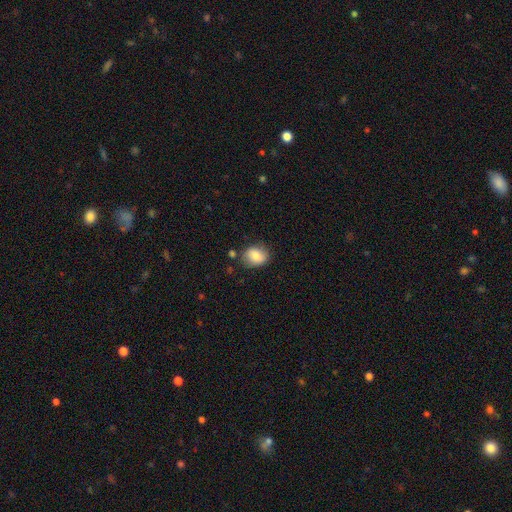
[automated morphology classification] Q: Smooth or featured?
A: smooth (81%); runner-up: featured or disk (11%)
Q: How rounded?
A: round (53%); runner-up: in between (46%)
Q: Merging?
A: none (77%); runner-up: minor disturbance (15%)